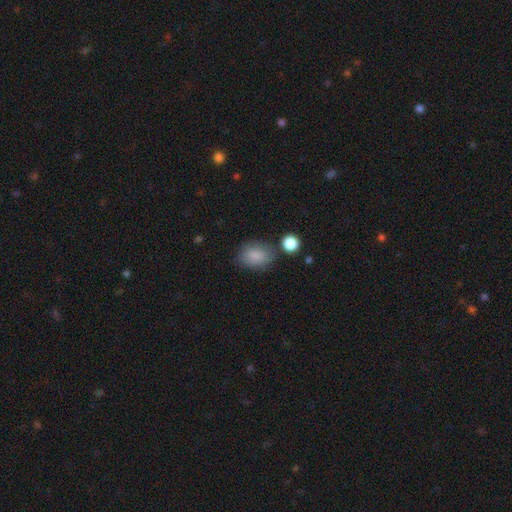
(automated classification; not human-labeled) Overall: smooth (86%). How rounded: in between (67%; round 32%). Merging: none (70%).